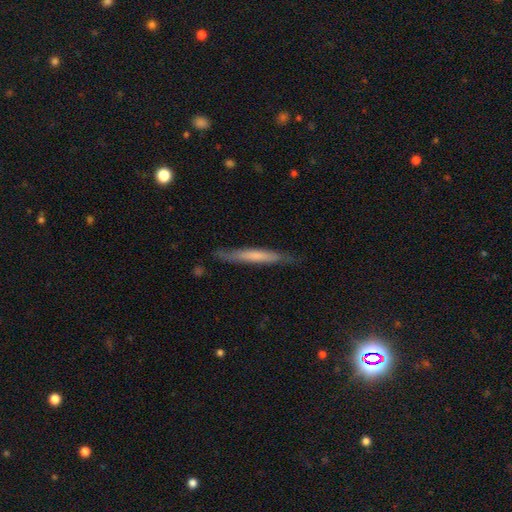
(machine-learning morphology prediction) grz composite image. It shows a smooth galaxy with no disk features (58%) that is cigar-shaped (94%). Merging: none (79%).